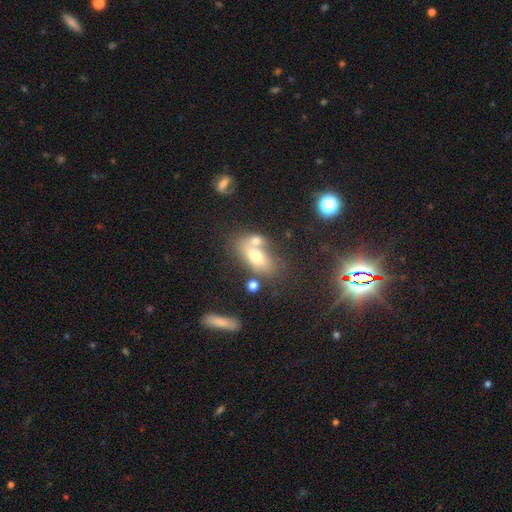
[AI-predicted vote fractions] Smooth or featured?
  - smooth: 62% *
  - featured or disk: 26%
  - star or artifact: 12%
How rounded?
  - in between: 81% *
  - cigar-shaped: 9%
  - round: 9%
Merging?
  - none: 44% *
  - merger: 37%
  - minor disturbance: 13%
  - major disturbance: 6%